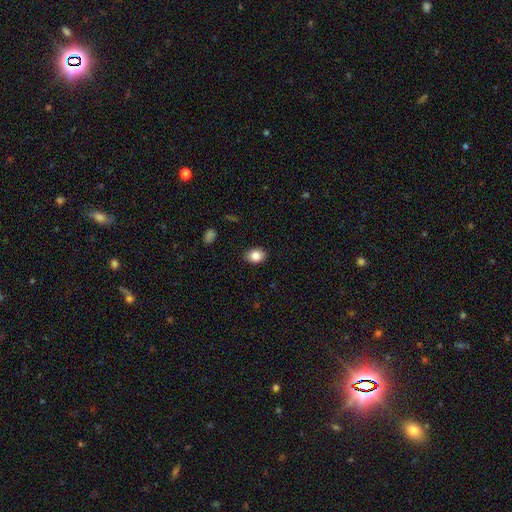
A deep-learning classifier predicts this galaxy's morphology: smooth_or_featured: smooth (p=0.85) [alt: star or artifact p=0.09]
how_rounded: in between (p=0.65) [alt: round p=0.34]
merging: none (p=0.88) [alt: minor disturbance p=0.09]